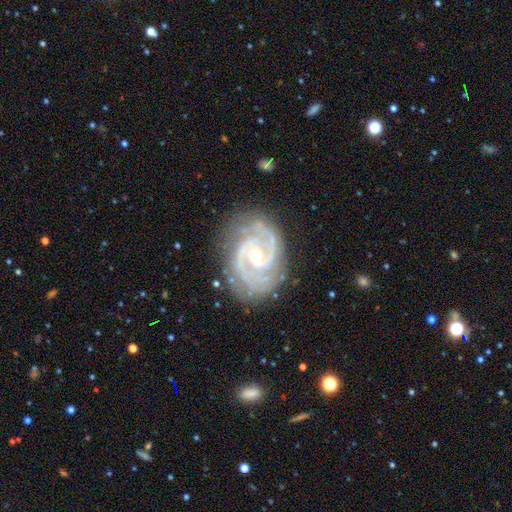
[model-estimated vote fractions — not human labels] Smooth or featured? featured or disk (92%)
Edge-on disk? no (98%)
Bar? no (52%)
Spiral arms? yes (99%)
Spiral winding? tight (57%)
Spiral arm count? 2 (74%)
Bulge size? small (68%)
Merging? none (78%)